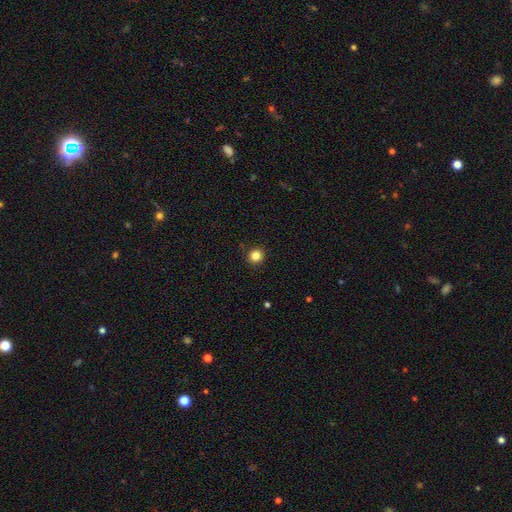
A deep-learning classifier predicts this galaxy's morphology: A smooth galaxy with no disk features (85%) that is round (94%).

Vote fractions:
- Smooth or featured? smooth: 85% / star or artifact: 11% / featured or disk: 4%
- How rounded? round: 94% / in between: 6% / cigar-shaped: 1%
- Merging? none: 91% / minor disturbance: 6% / major disturbance: 2% / merger: 1%